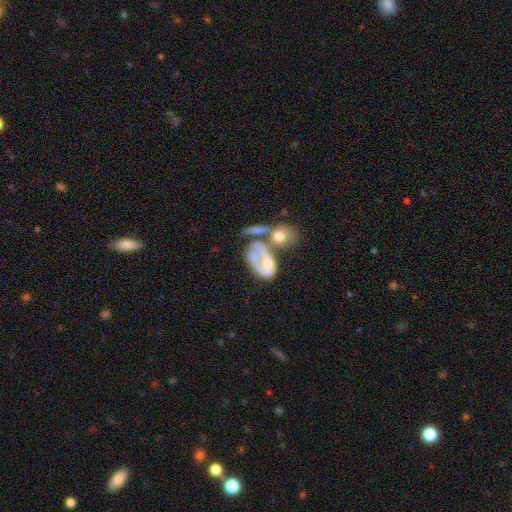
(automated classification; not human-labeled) featured or disk 49%, smooth 42%, star or artifact 9%. Down the decision tree: merging — merger (41%).